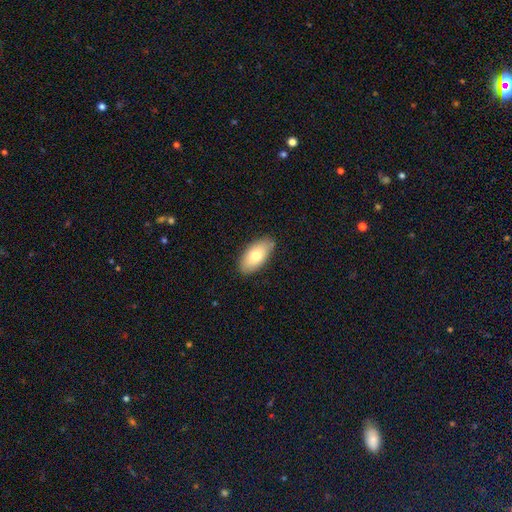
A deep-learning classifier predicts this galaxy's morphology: The model was most divided on "smooth or featured": smooth: 73%, featured or disk: 20%, star or artifact: 6%. More confident: how rounded — in between (93%); merging — none (84%).